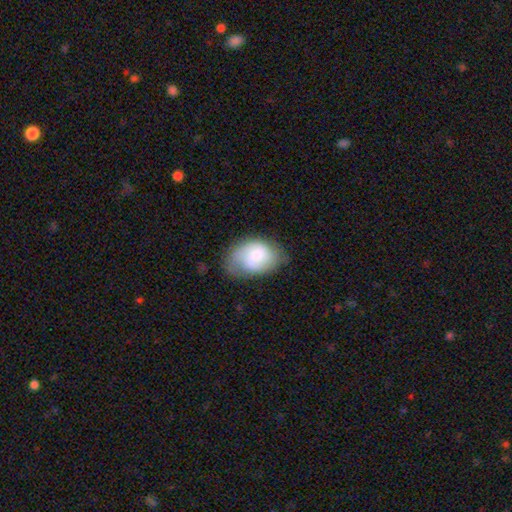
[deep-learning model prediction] Smooth or featured? smooth (60%)
How rounded? in between (81%)
Merging? none (60%)